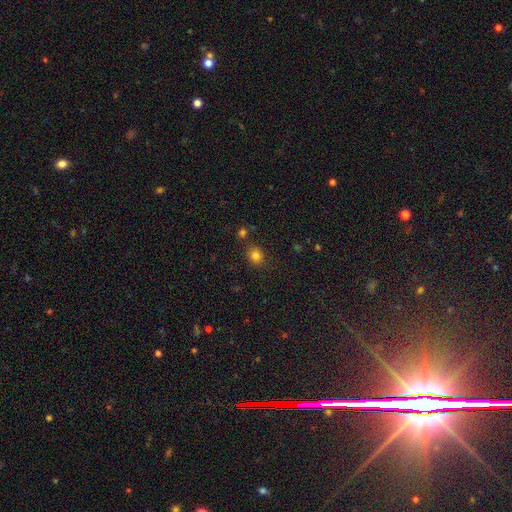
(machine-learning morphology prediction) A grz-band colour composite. It shows a smooth galaxy with no disk features (81%) that is round (71%). Merging: none (81%).